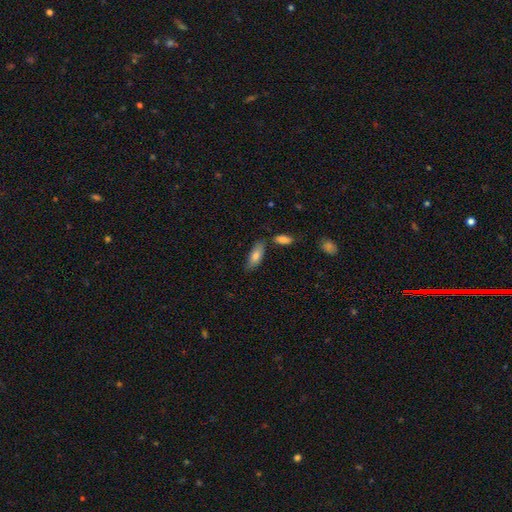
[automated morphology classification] Smooth or featured? smooth (78%)
How rounded? in between (74%)
Merging? none (72%)